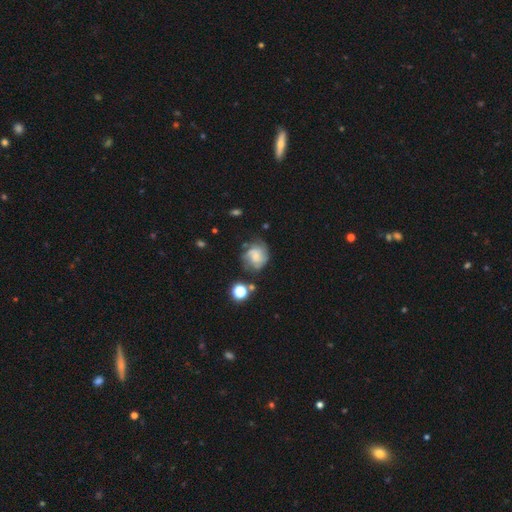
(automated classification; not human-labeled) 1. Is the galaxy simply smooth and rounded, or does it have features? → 60% featured or disk, 29% smooth, 10% star or artifact.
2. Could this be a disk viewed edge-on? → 98% no, 2% yes.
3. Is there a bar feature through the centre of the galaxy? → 70% no, 26% weak, 4% strong.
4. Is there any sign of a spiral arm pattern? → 85% yes, 15% no.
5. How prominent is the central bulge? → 59% small, 28% moderate, 9% none, 3% large, 1% dominant.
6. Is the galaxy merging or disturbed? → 58% none, 24% minor disturbance, 13% major disturbance, 5% merger.